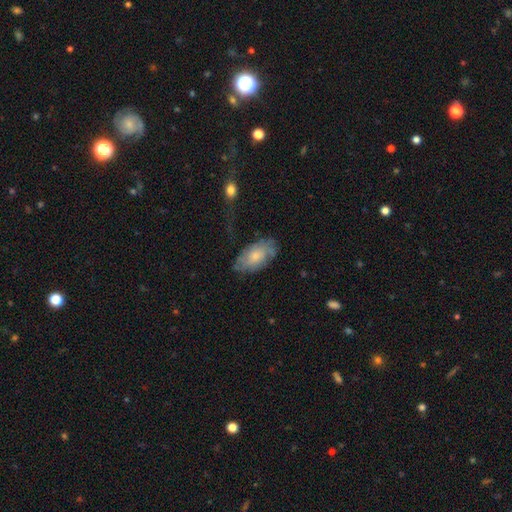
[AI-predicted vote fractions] This is possibly a smooth galaxy (58%). How rounded: clearly in between (93%). Merging: likely none (61%).